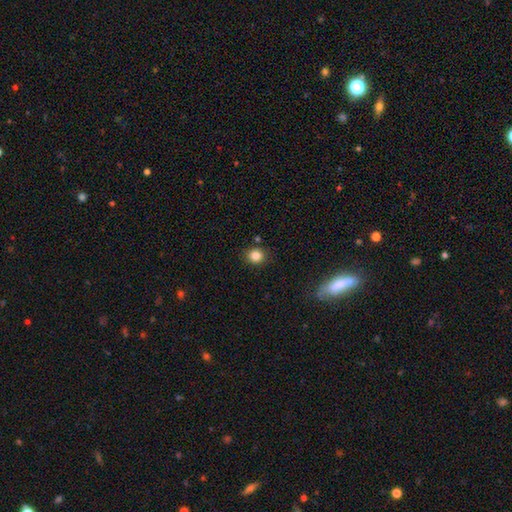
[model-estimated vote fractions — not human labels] A smooth galaxy with no disk features (84%) that is round (82%). Merging: none (86%).